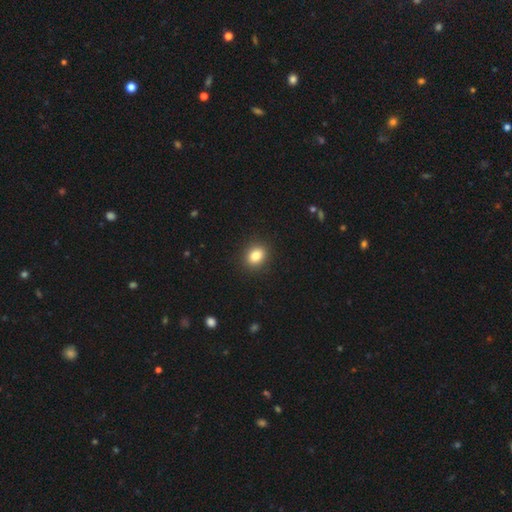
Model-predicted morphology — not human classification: Overall: smooth (84%). How rounded: in between (51%; round 48%). Merging: none (91%).